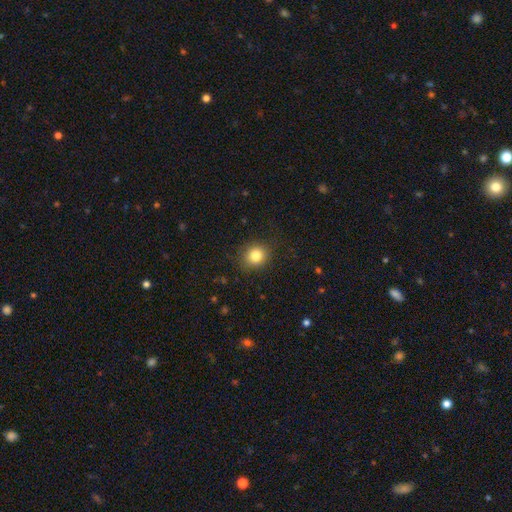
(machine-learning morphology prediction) Smooth or featured? smooth (83%)
How rounded? round (78%)
Merging? none (86%)